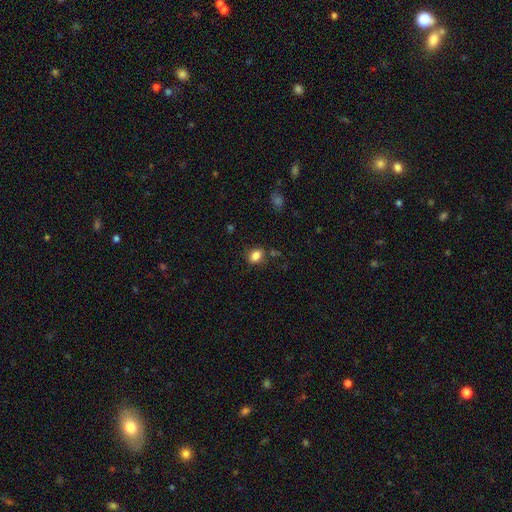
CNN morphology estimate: The model was most divided on "how rounded": in between: 63%, round: 36%, cigar-shaped: 1%. More confident: smooth or featured — smooth (84%); merging — none (80%).